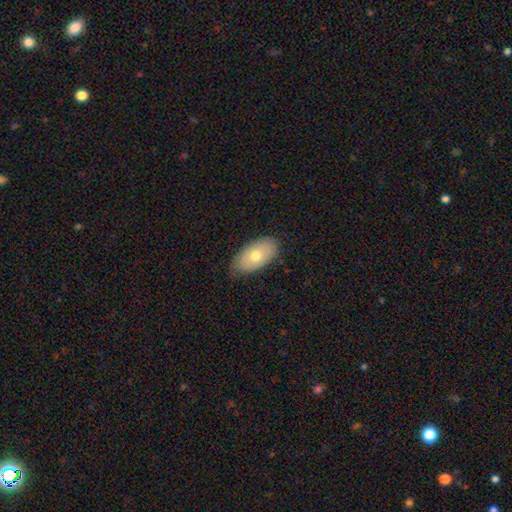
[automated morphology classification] A smooth galaxy with no disk features (66%) that is in between round and cigar-shaped (93%).

Vote fractions:
- Smooth or featured? smooth: 66% / featured or disk: 27% / star or artifact: 7%
- How rounded? in between: 93% / round: 4% / cigar-shaped: 3%
- Merging? none: 80% / minor disturbance: 16% / major disturbance: 3% / merger: 1%